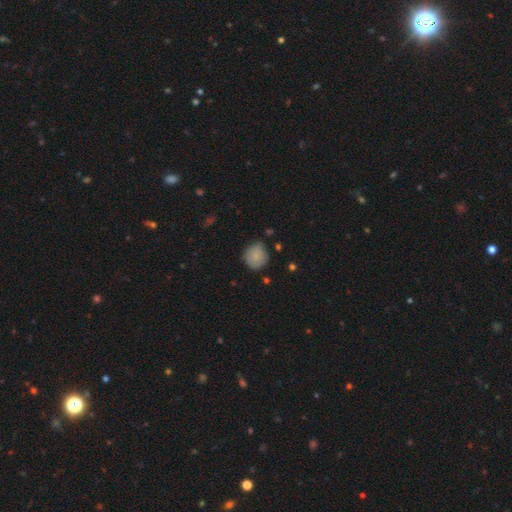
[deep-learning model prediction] Q: Smooth or featured?
A: smooth (83%); runner-up: featured or disk (9%)
Q: How rounded?
A: round (85%); runner-up: in between (14%)
Q: Merging?
A: none (73%); runner-up: minor disturbance (21%)